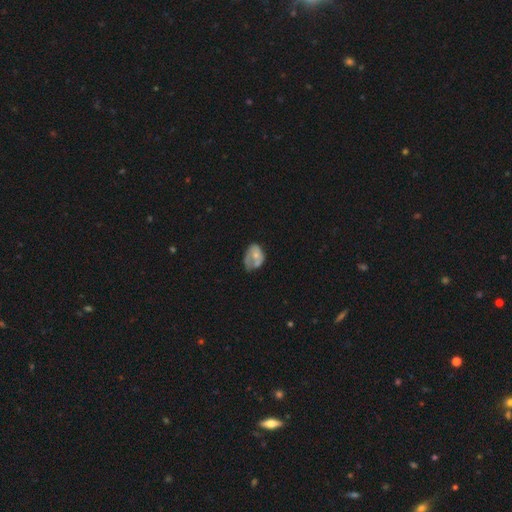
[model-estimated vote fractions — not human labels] This appears to be a smooth galaxy with no disk features (48%). Merging: major disturbance (33%).